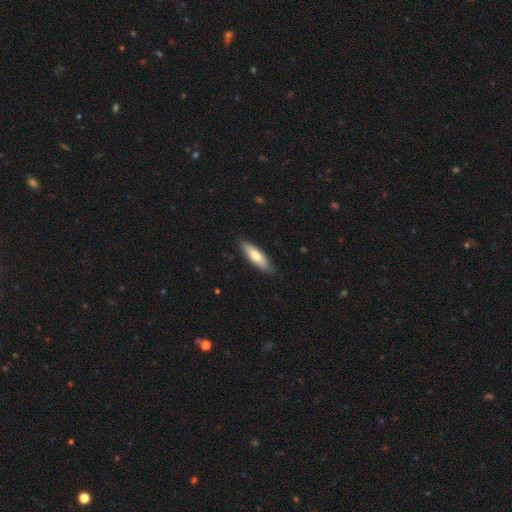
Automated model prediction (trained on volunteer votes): This is likely a smooth galaxy (70%). How rounded: possibly cigar-shaped (54%). Merging: clearly none (83%).